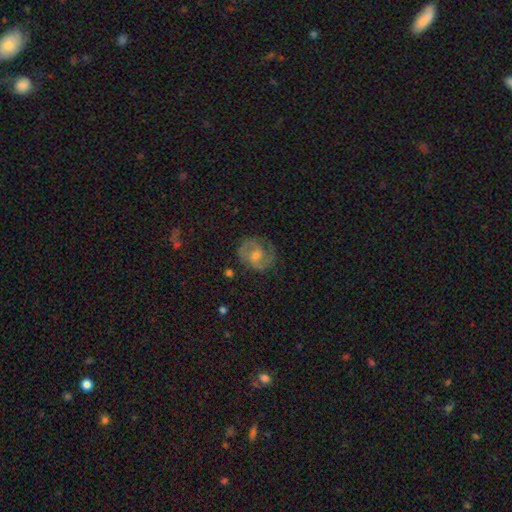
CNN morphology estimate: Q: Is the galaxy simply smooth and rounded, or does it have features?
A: featured or disk — 71%.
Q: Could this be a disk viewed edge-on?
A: no — 97%.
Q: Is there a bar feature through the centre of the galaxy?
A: no — 46%.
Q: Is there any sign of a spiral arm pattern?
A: yes — 89%.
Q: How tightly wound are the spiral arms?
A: medium — 47%.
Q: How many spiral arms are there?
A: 2 — 73%.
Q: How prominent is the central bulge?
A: moderate — 52%.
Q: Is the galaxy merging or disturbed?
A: none — 71%.